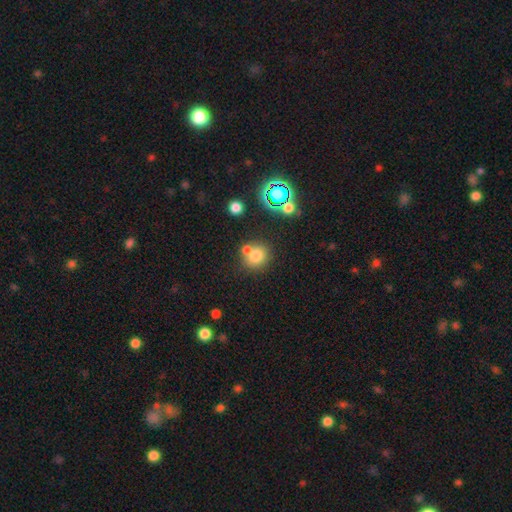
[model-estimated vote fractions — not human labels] Morphology: type=smooth (75%); roundness=round (78%); merging=none (56%).